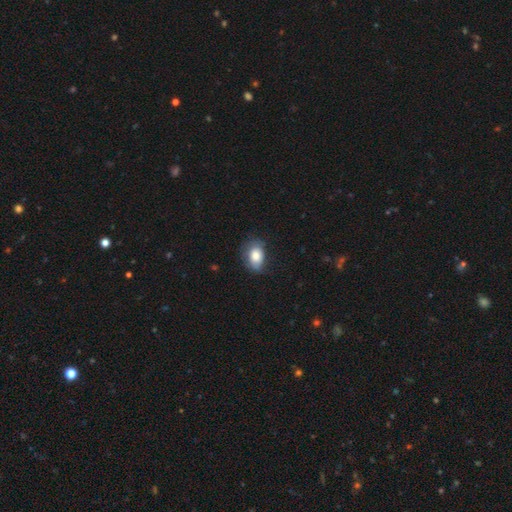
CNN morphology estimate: type=smooth (80%); roundness=in between (80%); merging=none (62%).